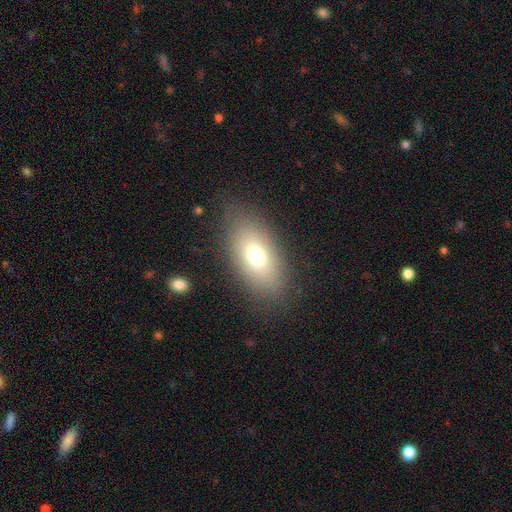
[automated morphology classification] Smooth or featured? smooth (72%)
How rounded? in between (89%)
Merging? none (82%)